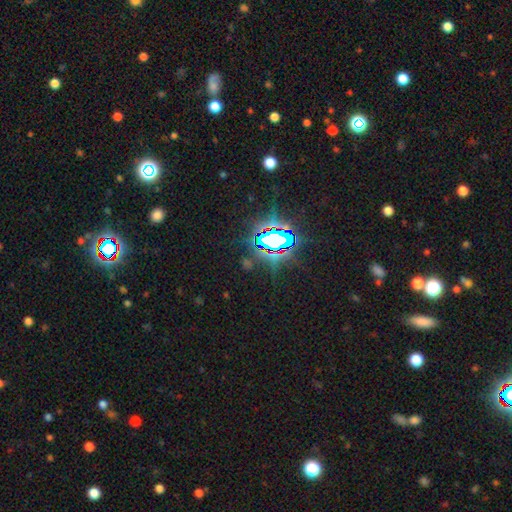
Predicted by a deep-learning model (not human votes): Smooth or featured?
  - star or artifact: 82% *
  - smooth: 10%
  - featured or disk: 7%